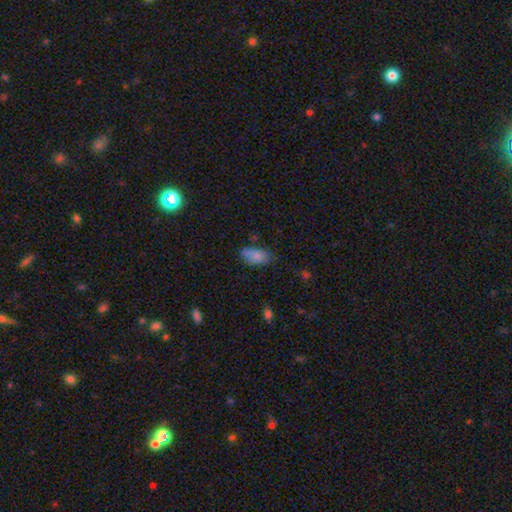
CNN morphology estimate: smooth 80%, featured or disk 12%, star or artifact 9%. Down the decision tree: how rounded — in between (92%); merging — none (61%).